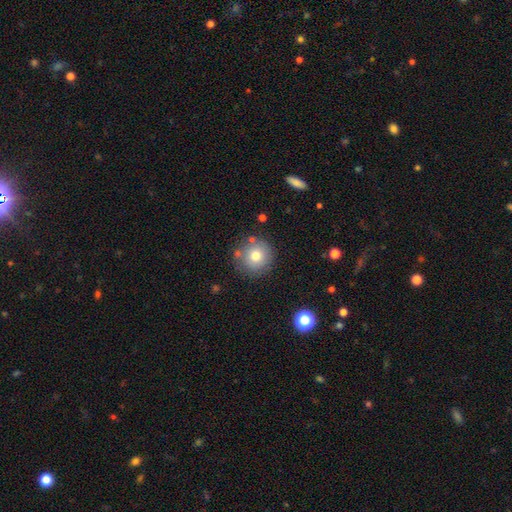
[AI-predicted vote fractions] smooth 75%, featured or disk 14%, star or artifact 11%. Down the decision tree: how rounded — round (94%); merging — none (81%).